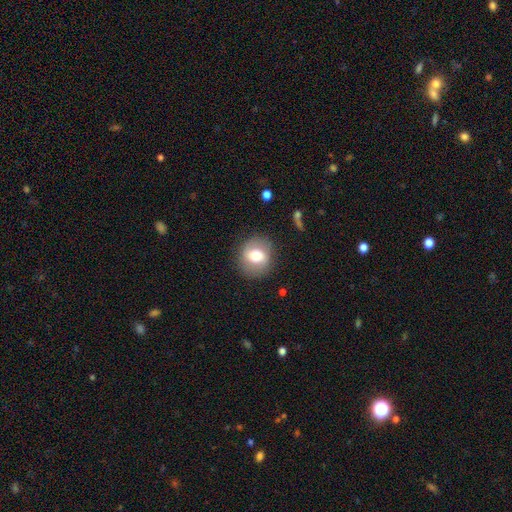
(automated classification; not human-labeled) smooth_or_featured: smooth (p=0.60) [alt: featured or disk p=0.32]
how_rounded: round (p=0.80) [alt: in between p=0.19]
merging: none (p=0.84) [alt: minor disturbance p=0.11]